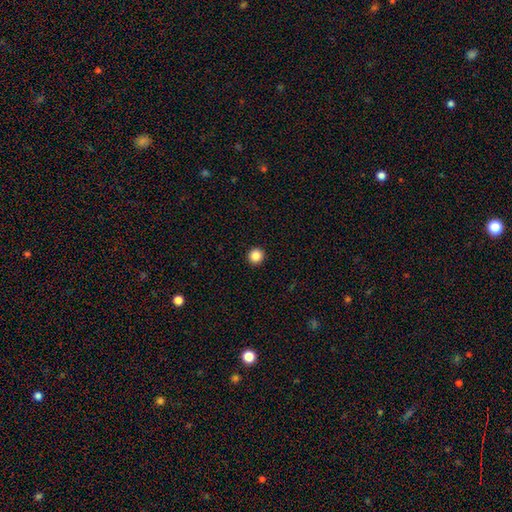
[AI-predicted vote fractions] smooth 86%, star or artifact 11%, featured or disk 3%. Down the decision tree: how rounded — round (95%); merging — none (94%).